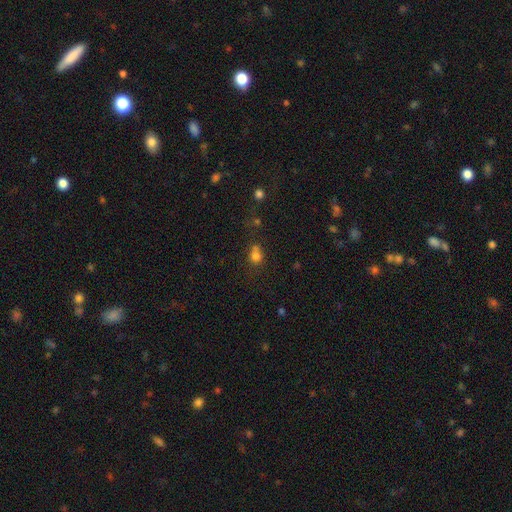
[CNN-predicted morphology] The model was most divided on "merging": none: 45%, merger: 32%, minor disturbance: 15%, major disturbance: 8%. More confident: smooth or featured — smooth (75%); how rounded — round (73%).